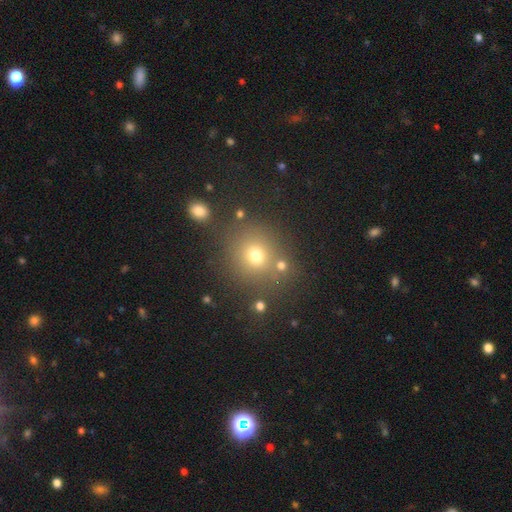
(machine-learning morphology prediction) smooth-or-featured: smooth: 69% | star or artifact: 21% | featured or disk: 10%
  how-rounded: round: 83% | in between: 15% | cigar-shaped: 1%
  merging: none: 74% | minor disturbance: 11% | merger: 11% | major disturbance: 5%